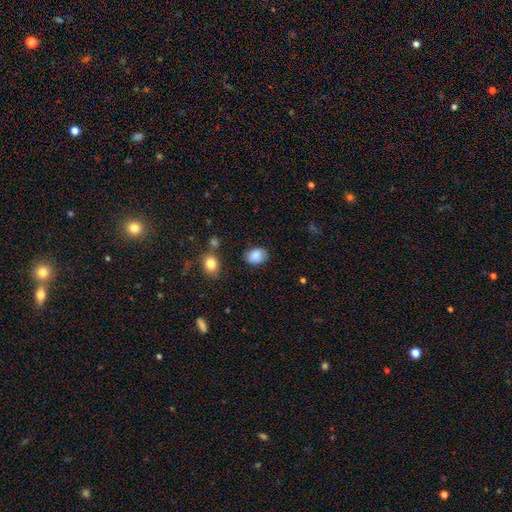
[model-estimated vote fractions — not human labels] This is clearly a smooth galaxy (86%). How rounded: likely in between (72%). Merging: likely none (76%).